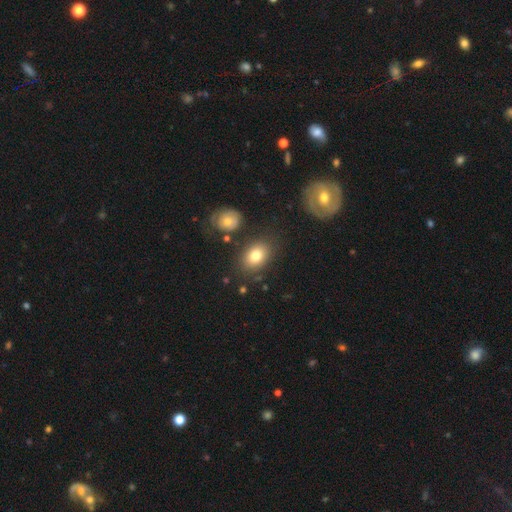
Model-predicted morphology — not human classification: smooth_or_featured: smooth (p=0.79) [alt: featured or disk p=0.12]
how_rounded: in between (p=0.73) [alt: round p=0.26]
merging: none (p=0.78) [alt: minor disturbance p=0.12]